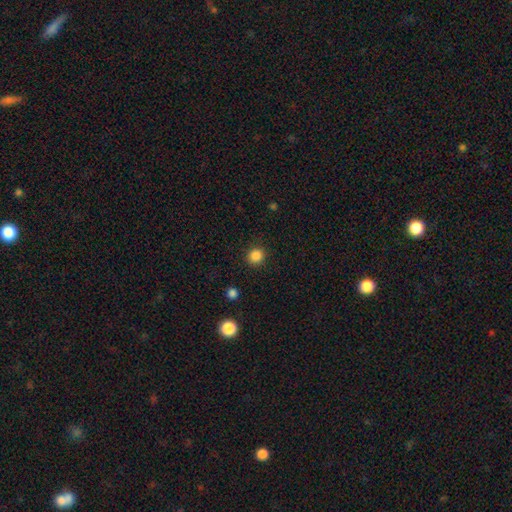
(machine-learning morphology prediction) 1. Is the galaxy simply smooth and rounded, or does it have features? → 86% smooth, 12% star or artifact, 3% featured or disk.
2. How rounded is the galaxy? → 91% round, 8% in between, 1% cigar-shaped.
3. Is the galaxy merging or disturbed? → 91% none, 6% minor disturbance, 2% major disturbance, 1% merger.